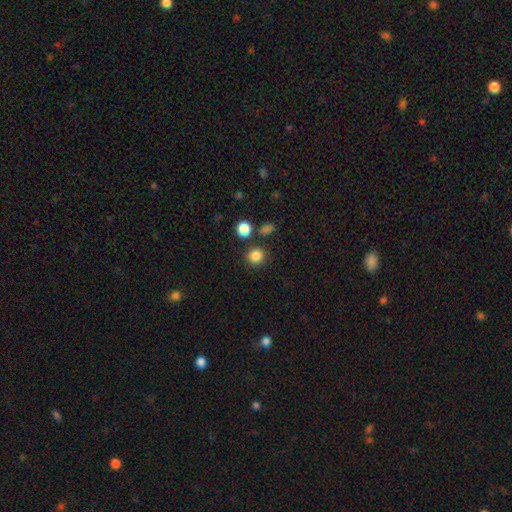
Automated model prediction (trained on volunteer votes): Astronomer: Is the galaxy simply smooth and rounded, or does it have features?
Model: smooth — 85%.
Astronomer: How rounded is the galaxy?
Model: round — 90%.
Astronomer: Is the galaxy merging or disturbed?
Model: none — 83%.